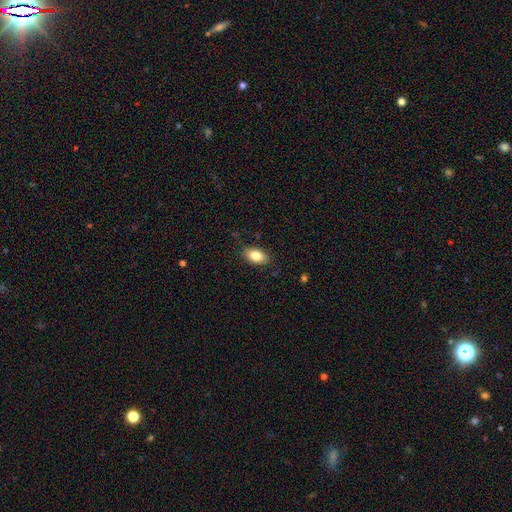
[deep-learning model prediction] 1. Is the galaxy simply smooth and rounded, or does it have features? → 82% smooth, 10% featured or disk, 8% star or artifact.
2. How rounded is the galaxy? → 89% in between, 7% round, 4% cigar-shaped.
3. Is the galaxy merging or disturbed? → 83% none, 14% minor disturbance, 3% major disturbance, 1% merger.